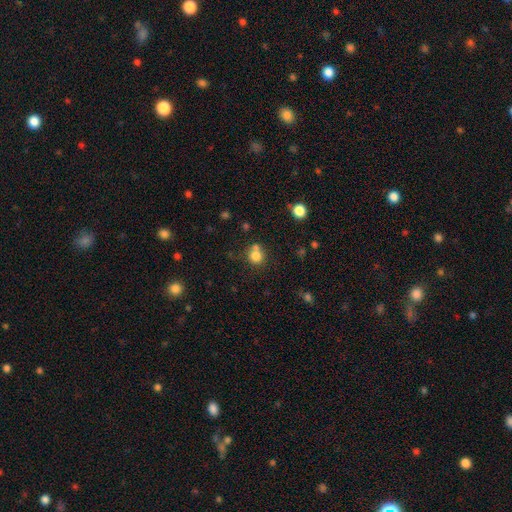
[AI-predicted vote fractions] A smooth galaxy with no disk features (80%) that is round (84%). Merging: none (56%).